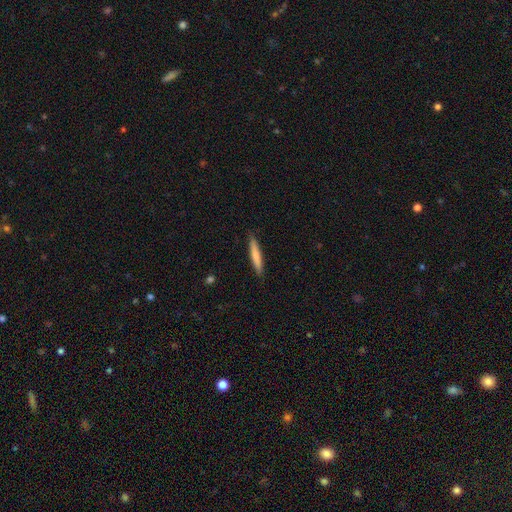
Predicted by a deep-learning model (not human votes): A smooth galaxy with no disk features (74%) that is cigar-shaped (93%). Merging: none (89%).